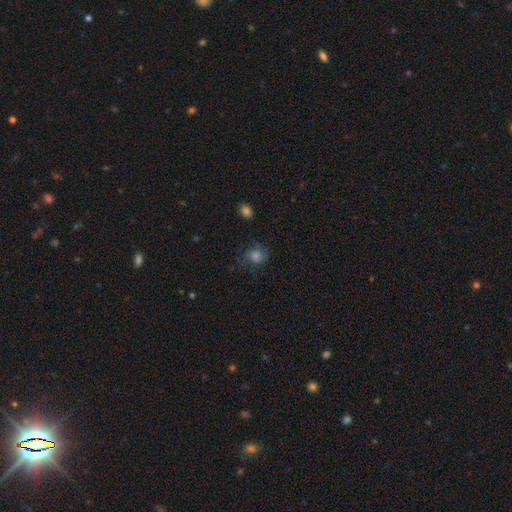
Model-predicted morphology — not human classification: This is possibly a smooth galaxy (54%). How rounded: likely round (69%). Merging: possibly none (58%).